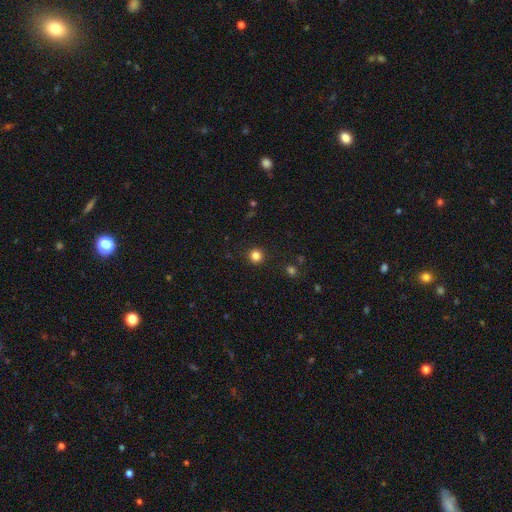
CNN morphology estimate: Smooth or featured: smooth — 83% (star or artifact — 13%)
How rounded: round — 95% (in between — 4%)
Merging: none — 92% (minor disturbance — 5%)